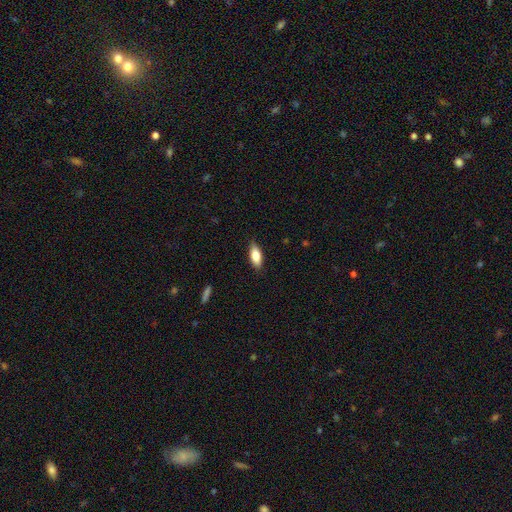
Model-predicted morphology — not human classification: A smooth galaxy with no disk features (81%) that is in between round and cigar-shaped (81%).

Vote fractions:
- Smooth or featured? smooth: 81% / featured or disk: 13% / star or artifact: 6%
- How rounded? in between: 81% / cigar-shaped: 16% / round: 2%
- Merging? none: 86% / minor disturbance: 11% / major disturbance: 2% / merger: 1%